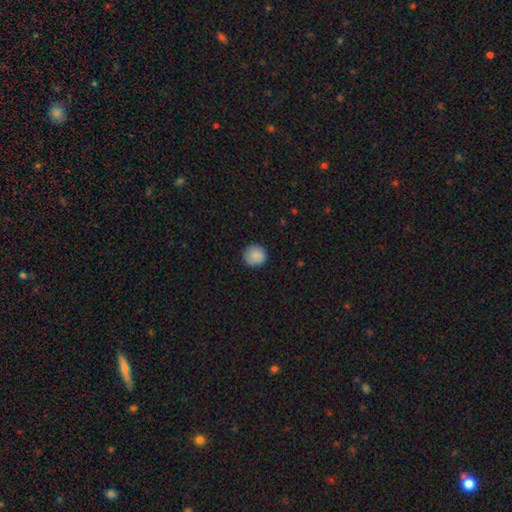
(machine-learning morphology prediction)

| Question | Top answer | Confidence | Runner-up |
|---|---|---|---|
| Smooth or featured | smooth | 88% | star or artifact (8%) |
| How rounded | round | 93% | in between (6%) |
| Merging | none | 89% | minor disturbance (8%) |